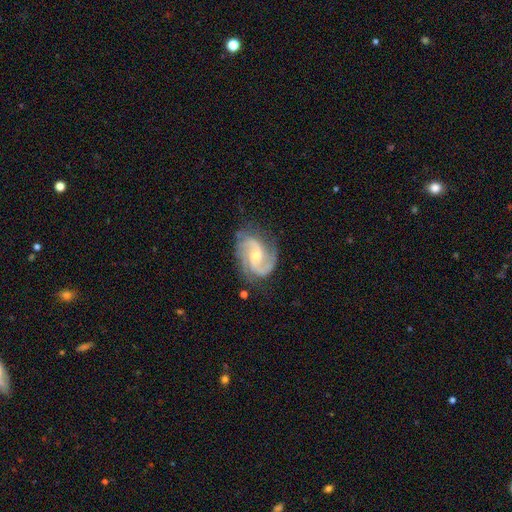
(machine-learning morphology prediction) The model was most divided on "bulge size": small: 50%, moderate: 46%, none: 2%, large: 2%, dominant: 1%. Remaining: spiral arms — yes (98%); edge-on disk — no (98%); smooth or featured — featured or disk (90%); merging — none (72%); spiral arm count — 2 (68%); spiral winding — medium (55%); bar — no (48%).